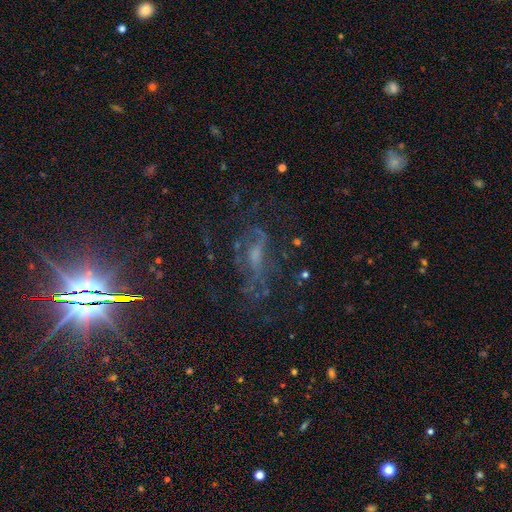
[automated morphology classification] smooth_or_featured: featured or disk (p=0.50) [alt: star or artifact p=0.34]
disk_edge_on: no (p=0.81) [alt: yes p=0.19]
merging: none (p=0.56) [alt: major disturbance p=0.23]